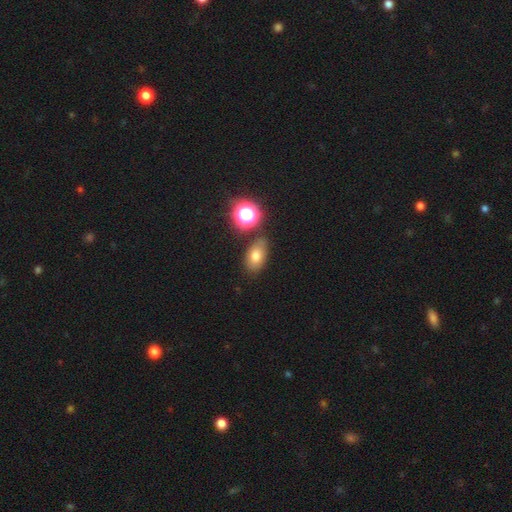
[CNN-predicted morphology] smooth_or_featured: smooth (p=0.72) [alt: star or artifact p=0.15]
how_rounded: in between (p=0.83) [alt: round p=0.15]
merging: none (p=0.74) [alt: minor disturbance p=0.15]